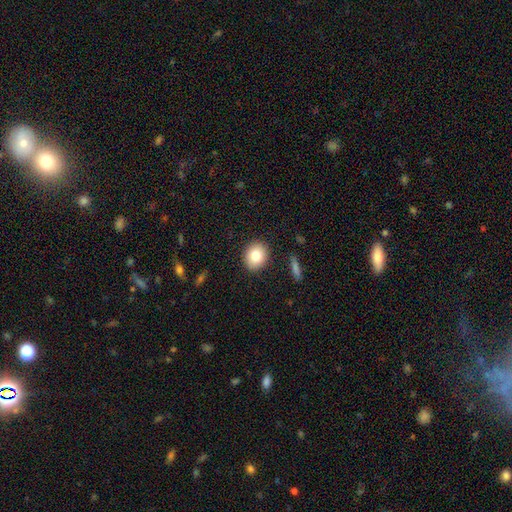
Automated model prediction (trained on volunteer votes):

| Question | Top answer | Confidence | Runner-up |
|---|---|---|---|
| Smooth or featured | smooth | 81% | featured or disk (10%) |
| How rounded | round | 61% | in between (38%) |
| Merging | none | 89% | minor disturbance (7%) |